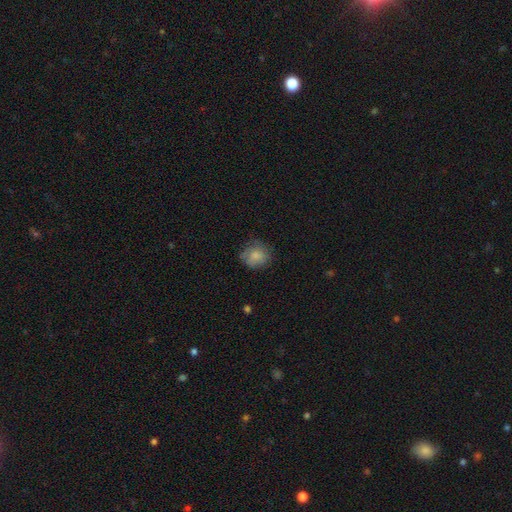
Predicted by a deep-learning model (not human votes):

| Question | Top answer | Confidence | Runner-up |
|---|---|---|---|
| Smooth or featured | smooth | 79% | featured or disk (13%) |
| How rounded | round | 79% | in between (20%) |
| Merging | none | 67% | minor disturbance (23%) |